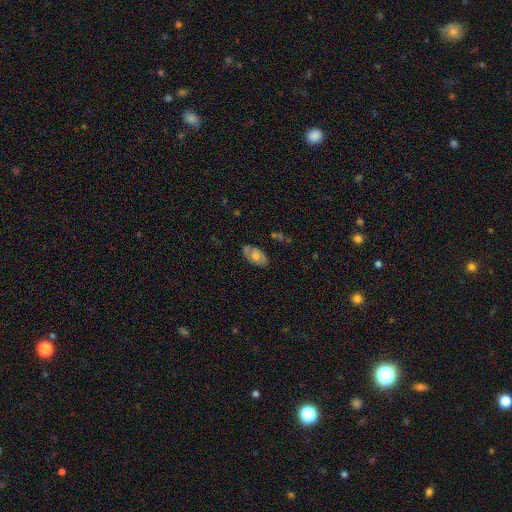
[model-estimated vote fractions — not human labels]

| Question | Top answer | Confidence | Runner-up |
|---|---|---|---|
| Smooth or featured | smooth | 47% | featured or disk (45%) |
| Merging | none | 74% | minor disturbance (19%) |